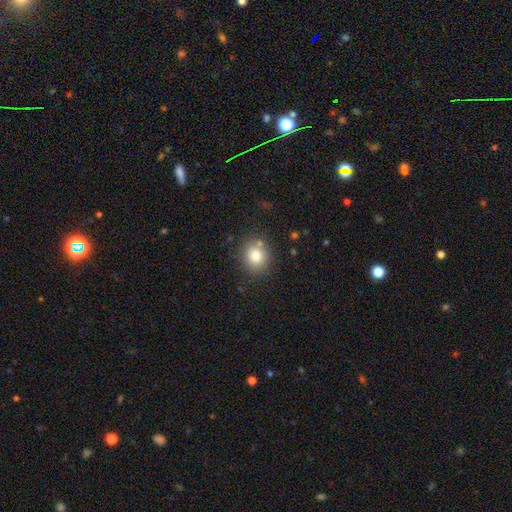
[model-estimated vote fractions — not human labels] Q: Smooth or featured?
A: smooth (79%); runner-up: star or artifact (12%)
Q: How rounded?
A: round (79%); runner-up: in between (20%)
Q: Merging?
A: none (80%); runner-up: minor disturbance (11%)